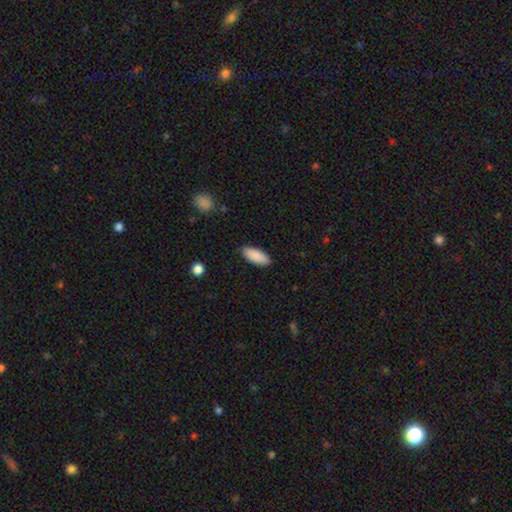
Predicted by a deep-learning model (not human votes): The model was most divided on "how rounded": in between: 80%, cigar-shaped: 18%, round: 2%. More confident: smooth or featured — smooth (90%); merging — none (87%).